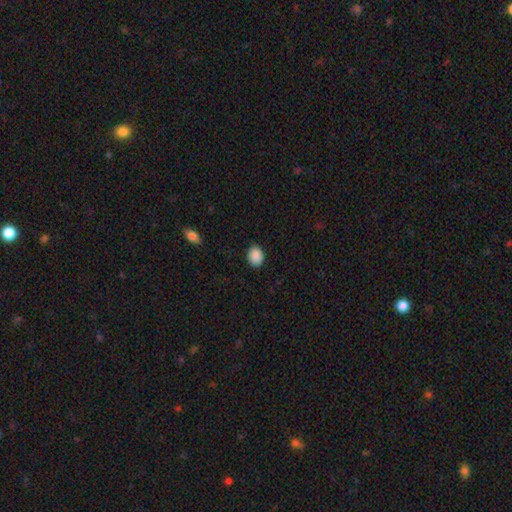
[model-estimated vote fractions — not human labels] smooth_or_featured: smooth (p=0.89) [alt: star or artifact p=0.08]
how_rounded: in between (p=0.59) [alt: round p=0.40]
merging: none (p=0.87) [alt: minor disturbance p=0.09]